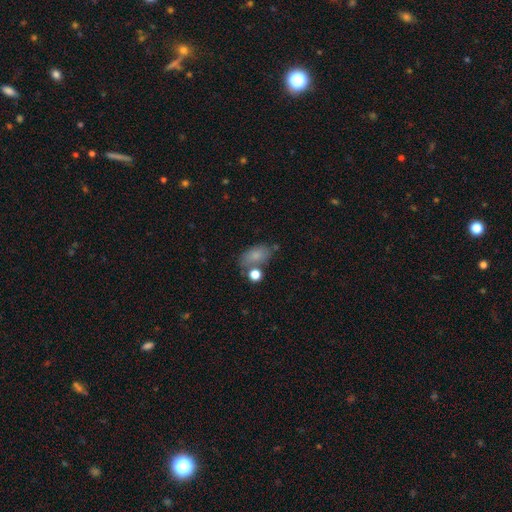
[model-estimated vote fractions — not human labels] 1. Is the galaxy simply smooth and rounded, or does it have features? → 78% smooth, 12% featured or disk, 10% star or artifact.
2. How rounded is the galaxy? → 87% in between, 10% round, 3% cigar-shaped.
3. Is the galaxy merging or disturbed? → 59% none, 19% minor disturbance, 16% merger, 7% major disturbance.